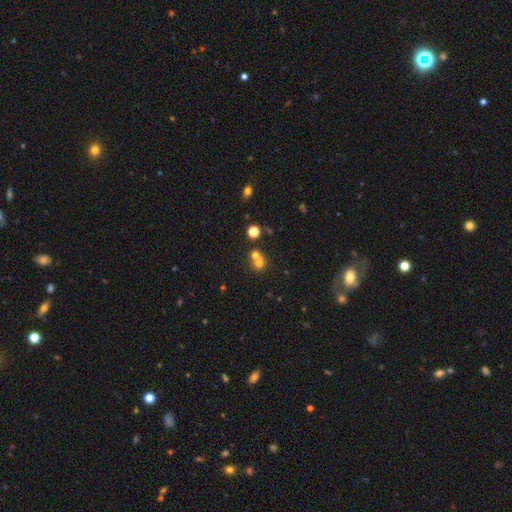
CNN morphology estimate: Smooth or featured? smooth (65%)
How rounded? round (79%)
Merging? merger (55%)